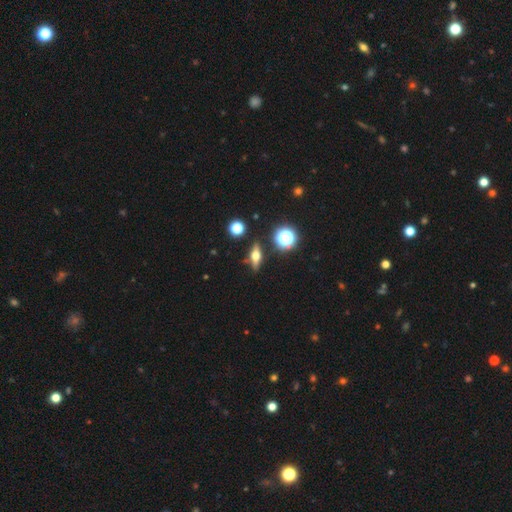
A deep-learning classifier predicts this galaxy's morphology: Smooth or featured? Predicted: featured or disk (p=0.52). Edge-on disk? Predicted: yes (p=0.90). Merging? Predicted: none (p=0.85).